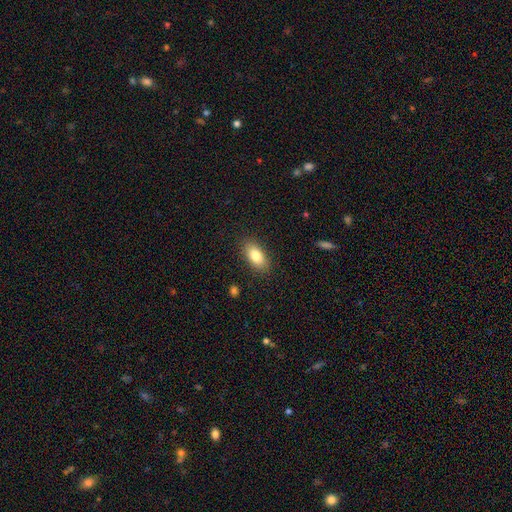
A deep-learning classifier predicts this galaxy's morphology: Q: Smooth or featured?
A: smooth (82%); runner-up: featured or disk (11%)
Q: How rounded?
A: in between (89%); runner-up: cigar-shaped (6%)
Q: Merging?
A: none (87%); runner-up: minor disturbance (9%)